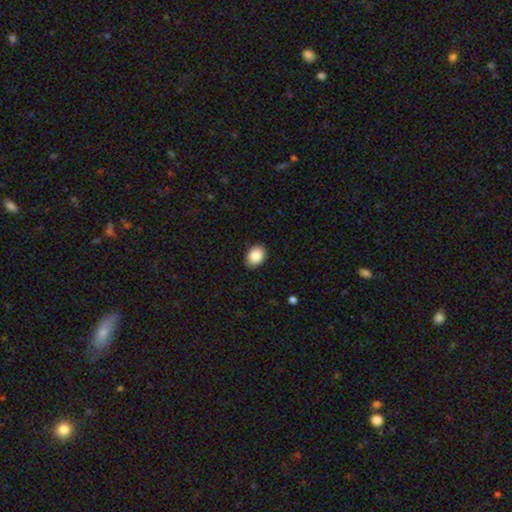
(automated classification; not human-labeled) Smooth or featured? smooth (87%)
How rounded? in between (64%)
Merging? none (89%)